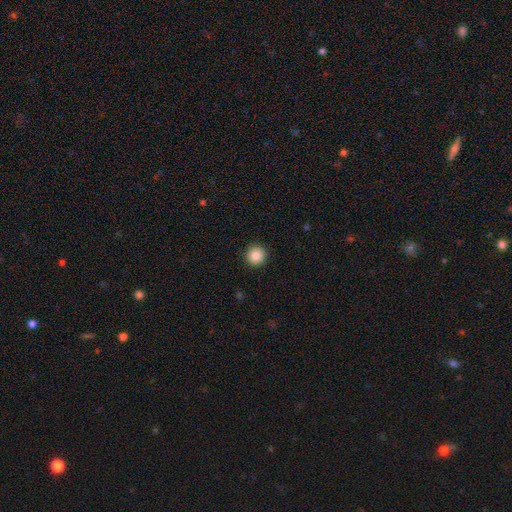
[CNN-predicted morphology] Smooth or featured?
  - smooth: 87% *
  - star or artifact: 9%
  - featured or disk: 4%
How rounded?
  - round: 95% *
  - in between: 4%
  - cigar-shaped: 1%
Merging?
  - none: 93% *
  - minor disturbance: 5%
  - major disturbance: 2%
  - merger: 1%